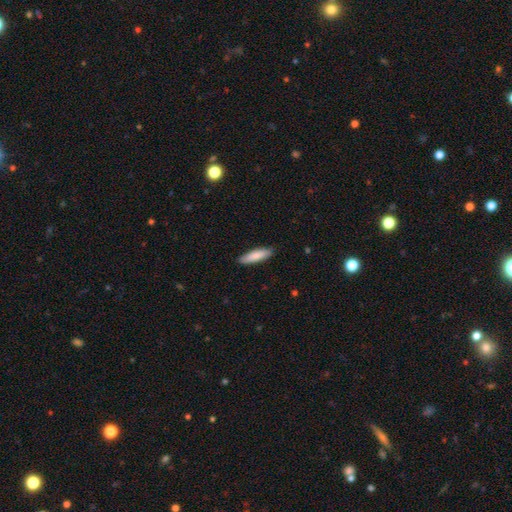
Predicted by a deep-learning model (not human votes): This is clearly a smooth galaxy (85%). How rounded: likely cigar-shaped (61%). Merging: clearly none (87%).